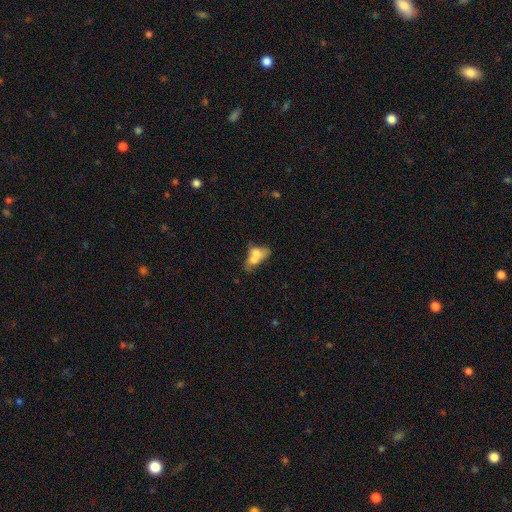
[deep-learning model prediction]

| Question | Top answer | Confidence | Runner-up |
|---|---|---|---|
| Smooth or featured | smooth | 59% | featured or disk (31%) |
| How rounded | in between | 79% | round (15%) |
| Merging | merger | 60% | none (19%) |